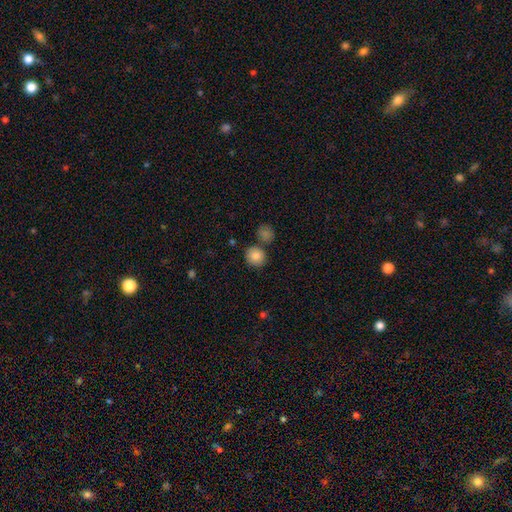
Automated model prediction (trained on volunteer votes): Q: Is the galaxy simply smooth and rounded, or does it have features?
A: smooth — 85%.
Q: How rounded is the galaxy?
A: round — 85%.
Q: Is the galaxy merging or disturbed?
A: none — 74%.